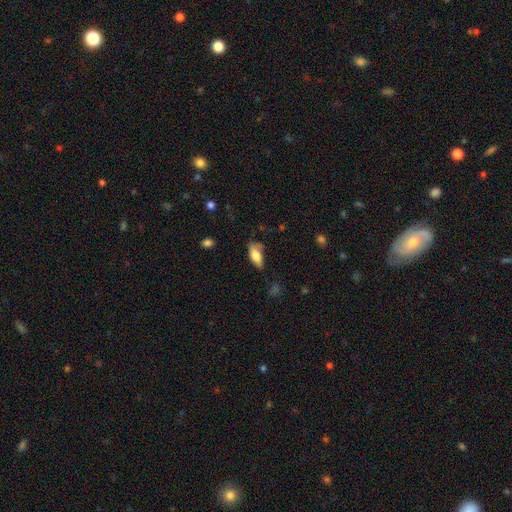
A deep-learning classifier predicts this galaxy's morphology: Overall: smooth (74%). How rounded: in between (81%). Merging: none (54%; minor disturbance 31%).